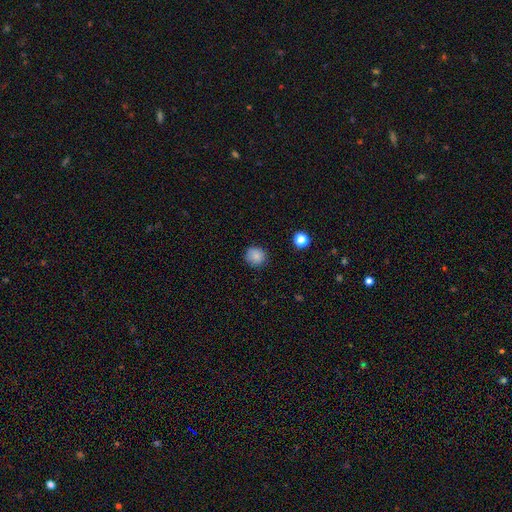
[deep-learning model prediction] smooth 84%, star or artifact 11%, featured or disk 5%. Down the decision tree: how rounded — round (89%); merging — none (84%).